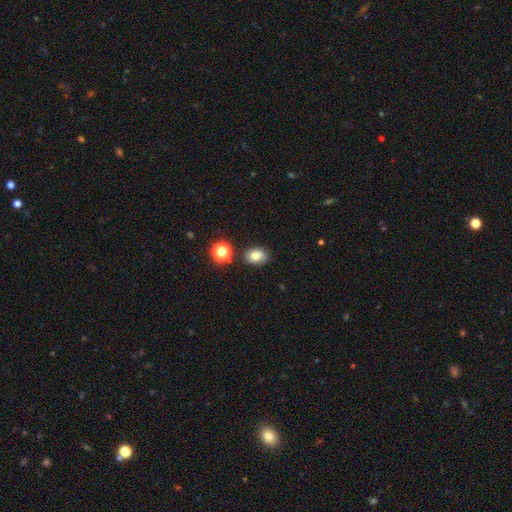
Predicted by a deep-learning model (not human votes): This is likely a smooth galaxy (77%). How rounded: likely in between (64%). Merging: likely none (80%).